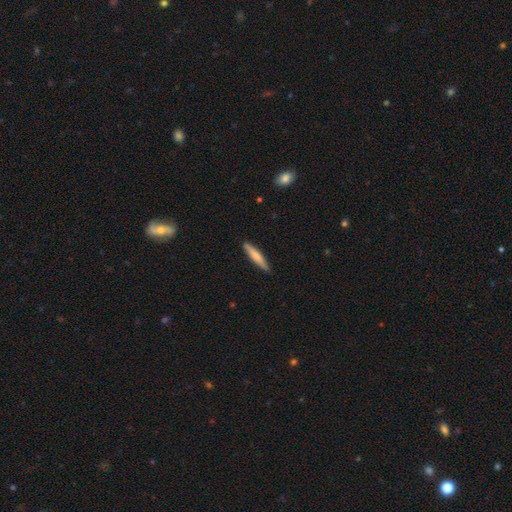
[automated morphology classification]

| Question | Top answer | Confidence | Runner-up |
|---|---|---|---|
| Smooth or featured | smooth | 72% | featured or disk (22%) |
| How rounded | cigar-shaped | 90% | in between (9%) |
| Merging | none | 87% | minor disturbance (10%) |